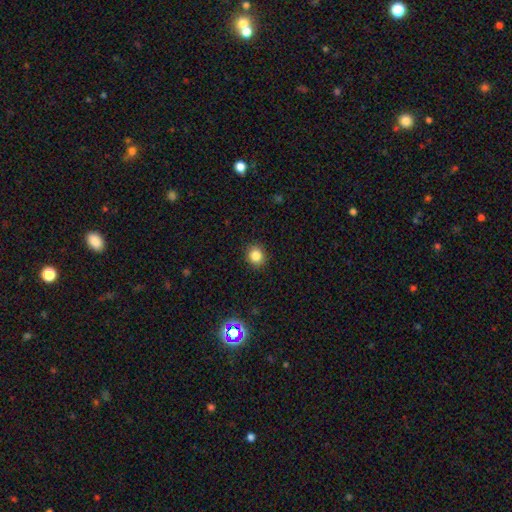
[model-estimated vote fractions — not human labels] smooth_or_featured: smooth (p=0.83) [alt: star or artifact p=0.12]
how_rounded: round (p=0.79) [alt: in between p=0.20]
merging: none (p=0.91) [alt: minor disturbance p=0.07]